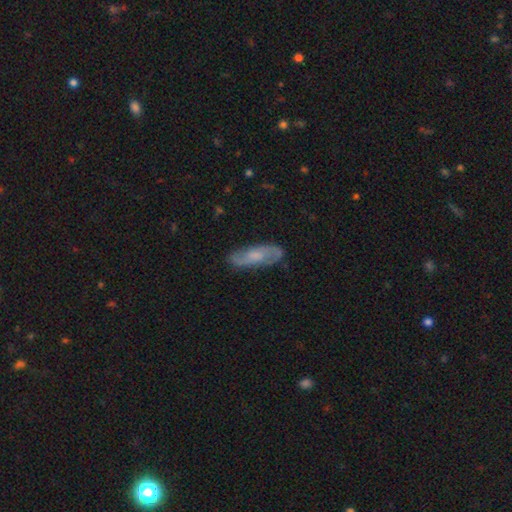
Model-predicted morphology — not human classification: smooth-or-featured: featured or disk: 58% | smooth: 36% | star or artifact: 7%
  disk-edge-on: no: 81% | yes: 19%
  merging: none: 79% | minor disturbance: 15% | major disturbance: 4% | merger: 1%